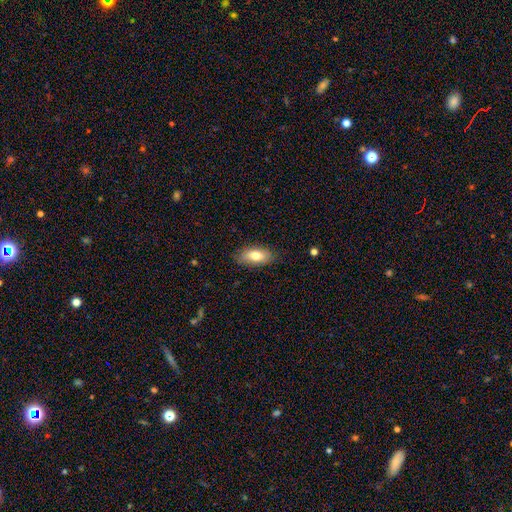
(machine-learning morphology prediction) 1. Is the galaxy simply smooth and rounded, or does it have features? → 76% smooth, 17% featured or disk, 7% star or artifact.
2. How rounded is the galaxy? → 88% in between, 8% cigar-shaped, 3% round.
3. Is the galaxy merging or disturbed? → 83% none, 13% minor disturbance, 3% major disturbance, 1% merger.